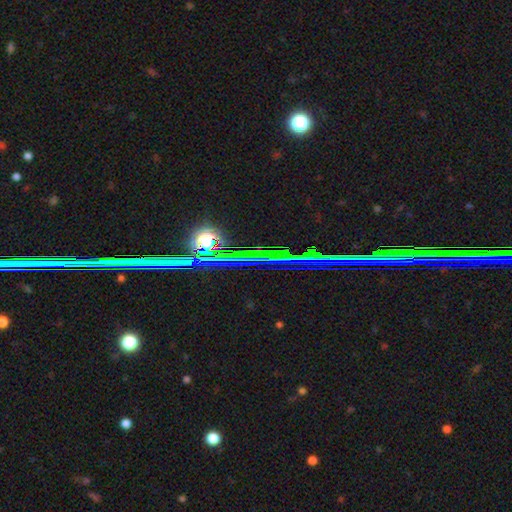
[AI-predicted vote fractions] Q: Smooth or featured?
A: star or artifact (83%); runner-up: featured or disk (10%)